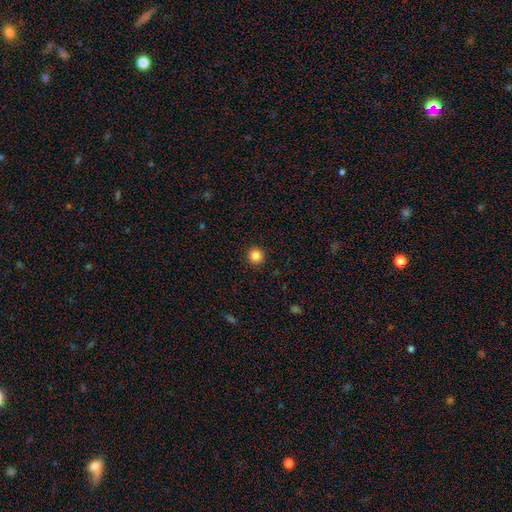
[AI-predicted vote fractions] A smooth galaxy with no disk features (86%) that is round (95%). Merging: none (93%).